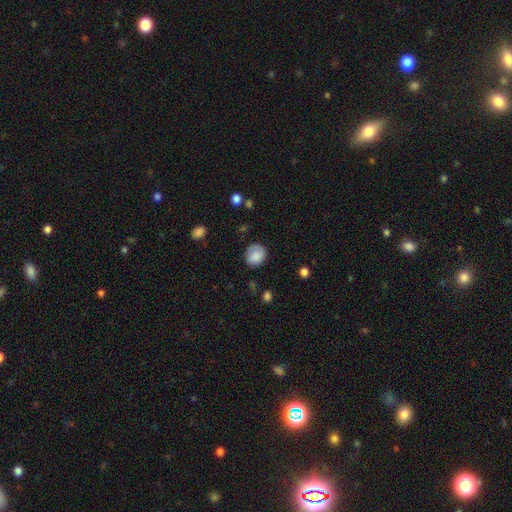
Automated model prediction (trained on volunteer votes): Smooth or featured? Predicted: smooth (p=0.82). How rounded? Predicted: round (p=0.71). Merging? Predicted: none (p=0.71).